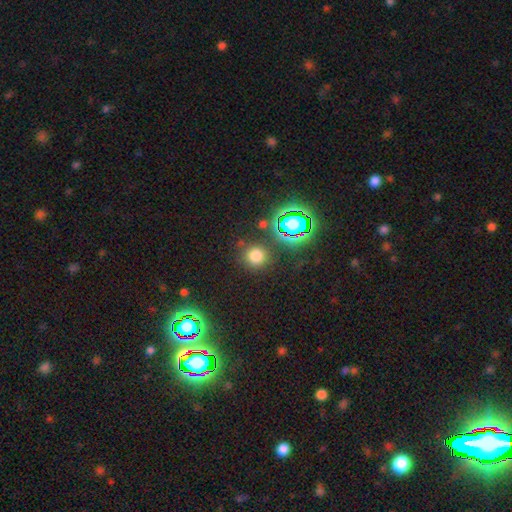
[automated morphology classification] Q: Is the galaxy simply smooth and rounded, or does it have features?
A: smooth — 68%.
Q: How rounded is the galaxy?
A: round — 90%.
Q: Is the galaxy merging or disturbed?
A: none — 82%.